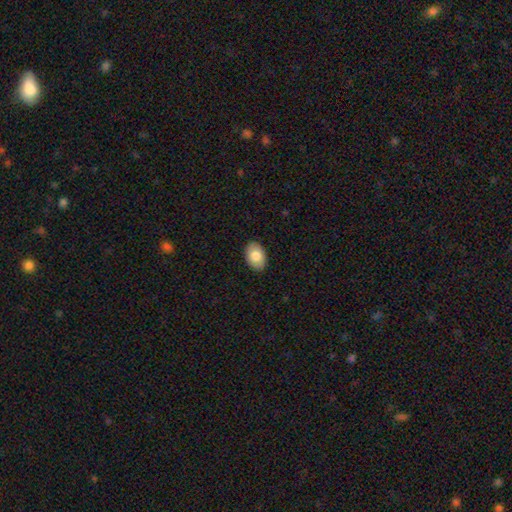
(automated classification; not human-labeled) smooth-or-featured: smooth: 80% | featured or disk: 13% | star or artifact: 7%
  how-rounded: in between: 88% | round: 11% | cigar-shaped: 1%
  merging: none: 89% | minor disturbance: 8% | major disturbance: 2% | merger: 1%